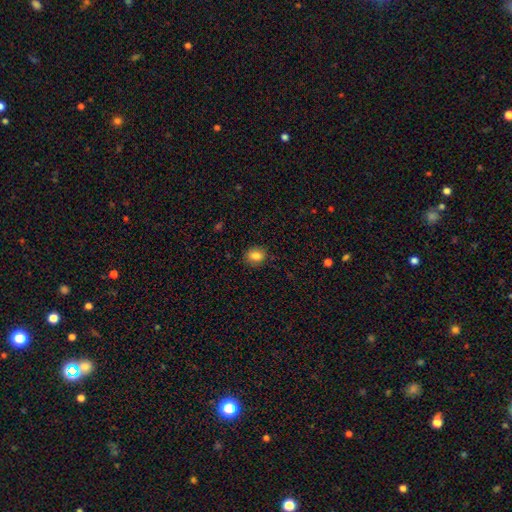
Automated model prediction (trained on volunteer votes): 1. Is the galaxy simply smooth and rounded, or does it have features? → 84% smooth, 10% star or artifact, 6% featured or disk.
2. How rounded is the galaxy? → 61% round, 38% in between, 1% cigar-shaped.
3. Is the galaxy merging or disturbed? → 87% none, 10% minor disturbance, 2% major disturbance, 1% merger.